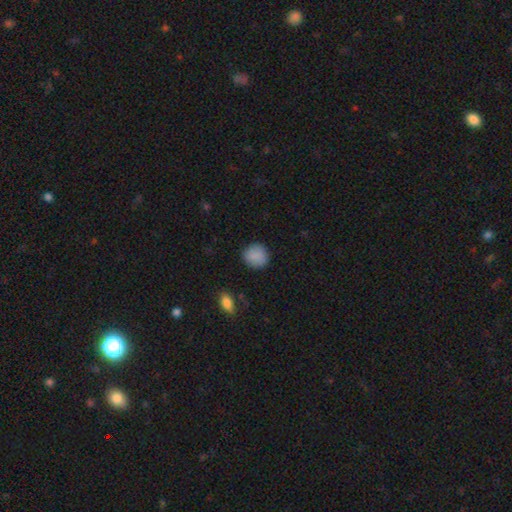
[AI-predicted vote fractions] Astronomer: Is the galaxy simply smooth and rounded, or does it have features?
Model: smooth — 88%.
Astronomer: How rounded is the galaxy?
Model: round — 88%.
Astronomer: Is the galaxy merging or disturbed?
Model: none — 88%.